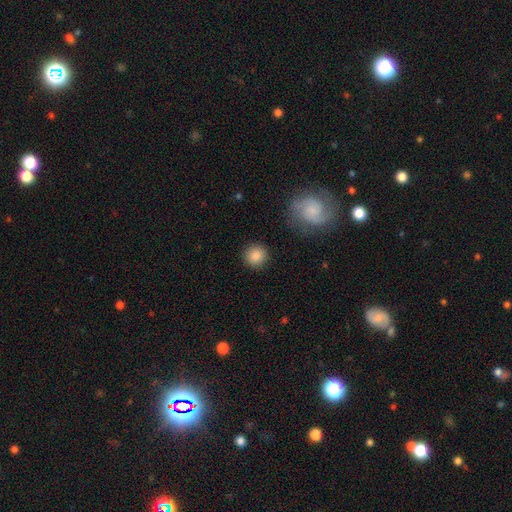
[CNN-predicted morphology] This appears to be a smooth galaxy with no disk features (86%) that is round (92%). Merging: none (89%).